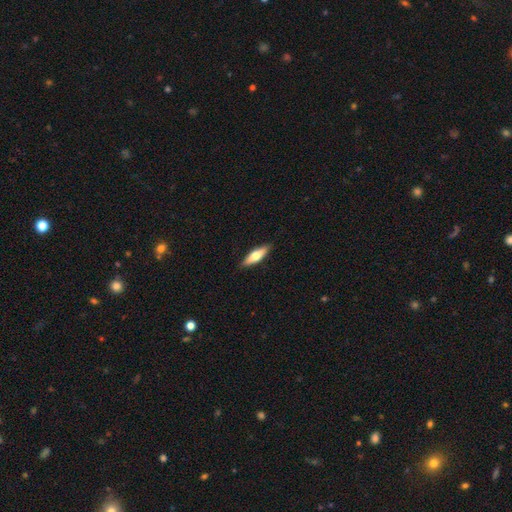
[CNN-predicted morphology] Overall: smooth (56%; featured or disk 39%). How rounded: cigar-shaped (56%; in between 42%). Merging: none (89%).